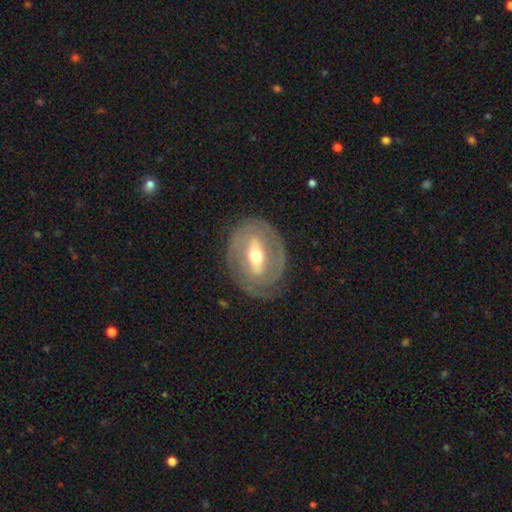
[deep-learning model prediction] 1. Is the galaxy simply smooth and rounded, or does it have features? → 76% featured or disk, 19% smooth, 6% star or artifact.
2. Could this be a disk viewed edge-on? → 91% no, 9% yes.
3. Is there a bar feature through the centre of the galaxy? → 53% strong, 31% weak, 16% no.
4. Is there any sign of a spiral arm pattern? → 59% yes, 41% no.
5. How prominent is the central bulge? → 71% moderate, 19% small, 8% large, 1% dominant, 1% none.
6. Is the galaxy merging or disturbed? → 77% none, 15% minor disturbance, 7% major disturbance, 1% merger.